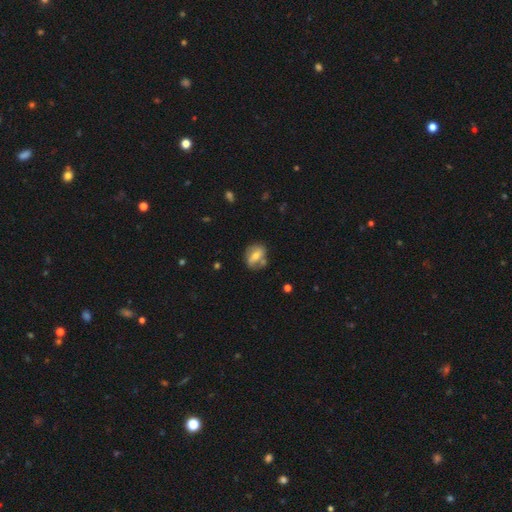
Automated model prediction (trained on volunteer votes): smooth-or-featured: smooth: 56% | featured or disk: 36% | star or artifact: 8%
  how-rounded: in between: 62% | round: 34% | cigar-shaped: 4%
  merging: none: 61% | minor disturbance: 20% | merger: 13% | major disturbance: 6%